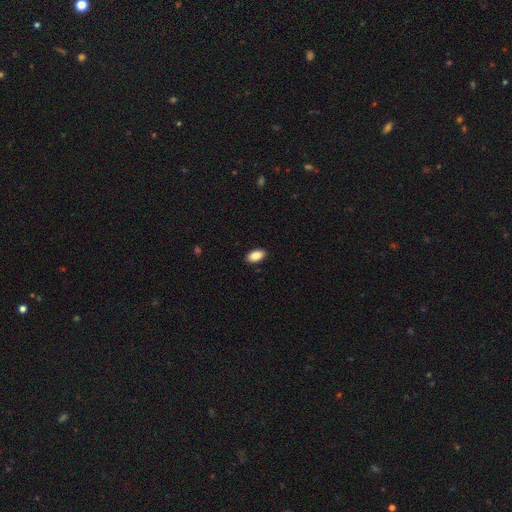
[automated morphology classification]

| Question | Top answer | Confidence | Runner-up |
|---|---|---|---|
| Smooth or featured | smooth | 89% | star or artifact (7%) |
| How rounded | in between | 94% | round (3%) |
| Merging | none | 90% | minor disturbance (7%) |